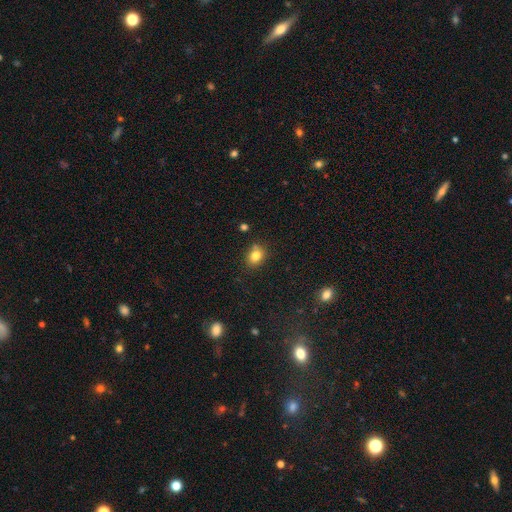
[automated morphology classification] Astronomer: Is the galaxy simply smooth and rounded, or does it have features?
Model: smooth — 81%.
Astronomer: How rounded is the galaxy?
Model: in between — 53% (runner-up: round, 46%).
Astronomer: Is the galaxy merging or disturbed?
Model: none — 74%.